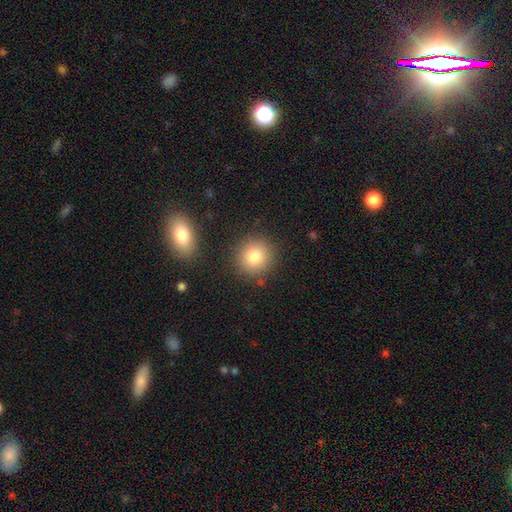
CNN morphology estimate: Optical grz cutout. It shows a smooth galaxy with no disk features (82%) that is round (88%). Merging: none (86%).